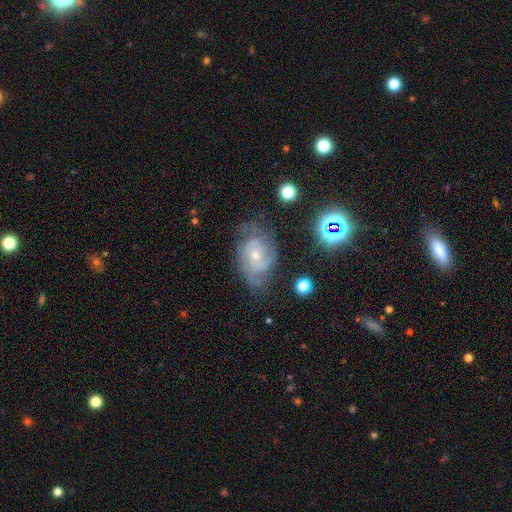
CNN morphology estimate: Q: Smooth or featured?
A: featured or disk (74%); runner-up: smooth (16%)
Q: Edge-on disk?
A: no (96%); runner-up: yes (4%)
Q: Bar?
A: no (69%); runner-up: weak (26%)
Q: Spiral arms?
A: yes (89%); runner-up: no (11%)
Q: Spiral winding?
A: tight (49%); runner-up: medium (38%)
Q: Spiral arm count?
A: can't tell (38%); runner-up: 2 (32%)
Q: Bulge size?
A: small (62%); runner-up: moderate (34%)
Q: Merging?
A: none (56%); runner-up: minor disturbance (27%)